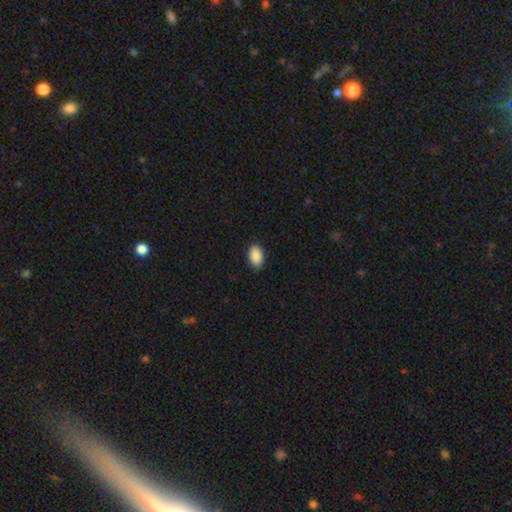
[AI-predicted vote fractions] smooth 91%, star or artifact 7%, featured or disk 2%. Down the decision tree: how rounded — in between (91%); merging — none (89%).